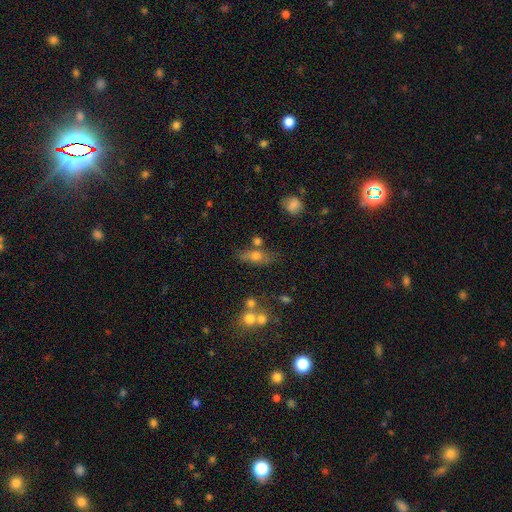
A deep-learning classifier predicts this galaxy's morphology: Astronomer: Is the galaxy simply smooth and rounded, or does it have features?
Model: smooth — 64%.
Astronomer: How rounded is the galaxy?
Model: in between — 64%.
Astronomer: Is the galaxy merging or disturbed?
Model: none — 59%.